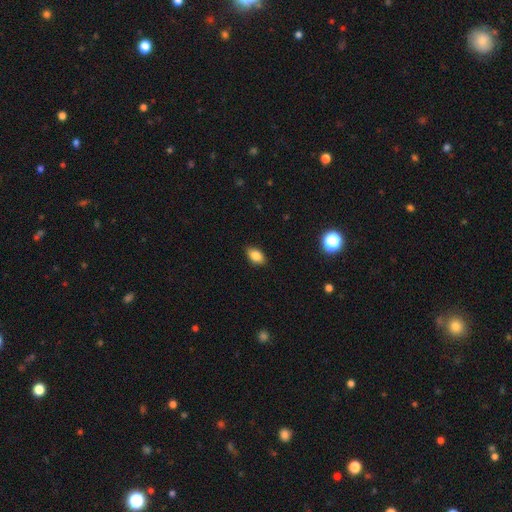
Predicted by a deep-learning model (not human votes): Q: Smooth or featured?
A: smooth (84%); runner-up: star or artifact (9%)
Q: How rounded?
A: in between (89%); runner-up: round (8%)
Q: Merging?
A: none (88%); runner-up: minor disturbance (9%)